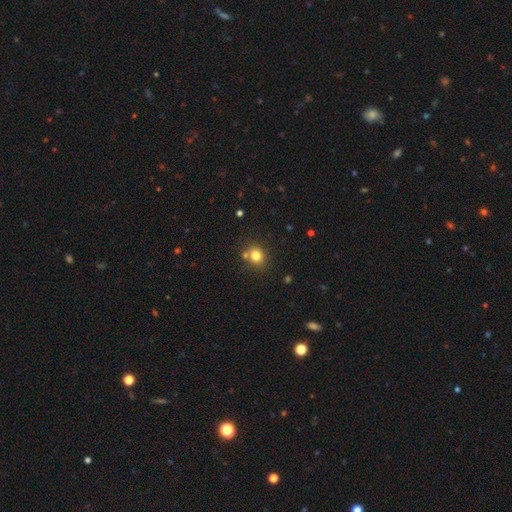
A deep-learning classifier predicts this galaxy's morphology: Smooth or featured? Predicted: smooth (p=0.79). How rounded? Predicted: round (p=0.77). Merging? Predicted: none (p=0.73).